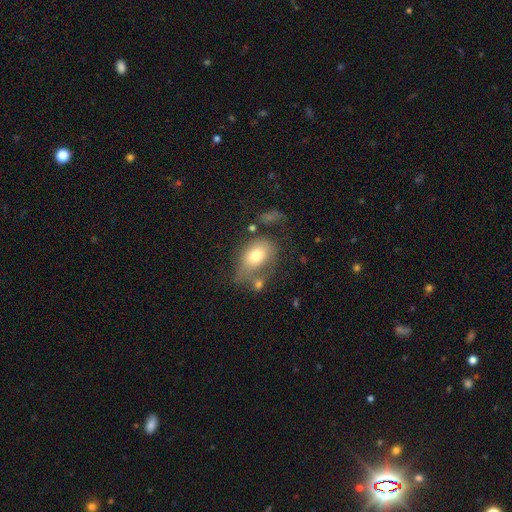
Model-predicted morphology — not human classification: This appears to be a smooth galaxy with no disk features (70%) that is in between round and cigar-shaped (78%). Merging: none (34%).